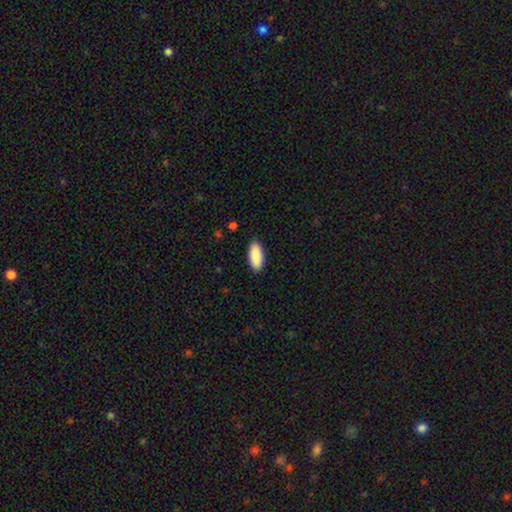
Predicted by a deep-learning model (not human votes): Smooth or featured: smooth — 91% (star or artifact — 6%)
How rounded: in between — 87% (cigar-shaped — 12%)
Merging: none — 89% (minor disturbance — 8%)